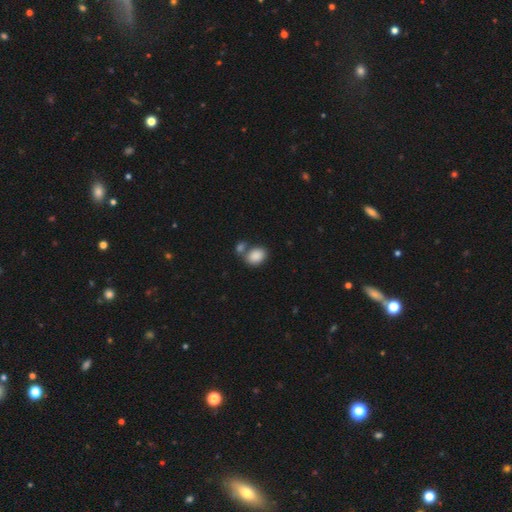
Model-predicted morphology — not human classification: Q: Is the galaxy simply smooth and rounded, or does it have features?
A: smooth — 88%.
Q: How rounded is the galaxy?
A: in between — 73%.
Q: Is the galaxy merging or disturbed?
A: none — 50%.